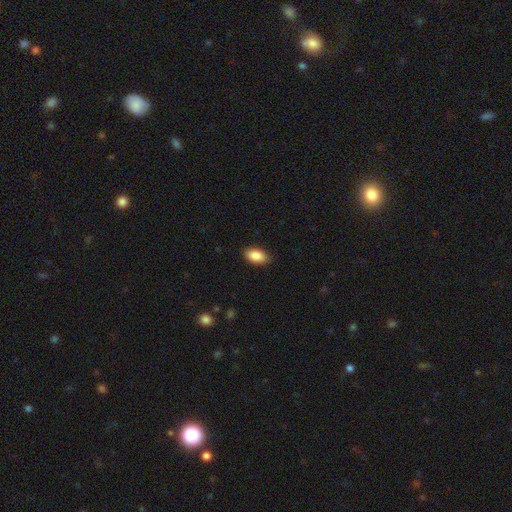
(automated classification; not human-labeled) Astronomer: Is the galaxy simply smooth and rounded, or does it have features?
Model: smooth — 88%.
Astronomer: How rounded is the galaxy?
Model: in between — 93%.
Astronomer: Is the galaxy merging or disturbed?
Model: none — 87%.